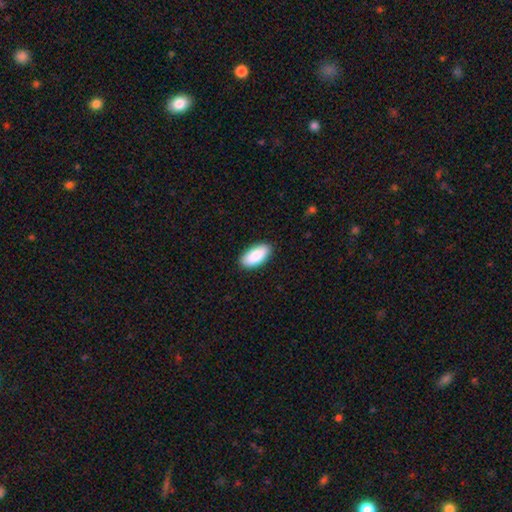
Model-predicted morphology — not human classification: type=smooth (88%); roundness=in between (94%); merging=none (89%).